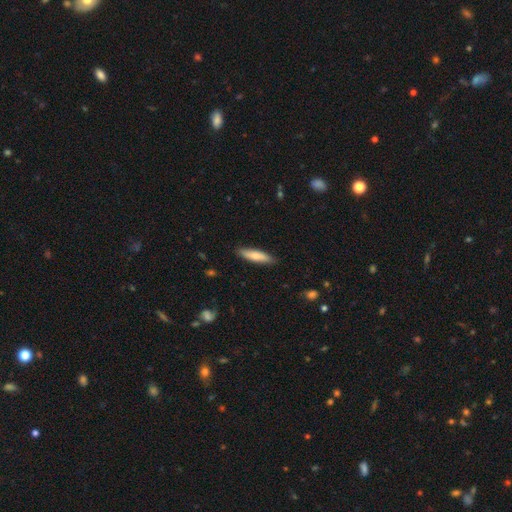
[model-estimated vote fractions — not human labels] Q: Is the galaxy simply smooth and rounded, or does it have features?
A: smooth — 72%.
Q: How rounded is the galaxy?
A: cigar-shaped — 76%.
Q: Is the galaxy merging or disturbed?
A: none — 88%.